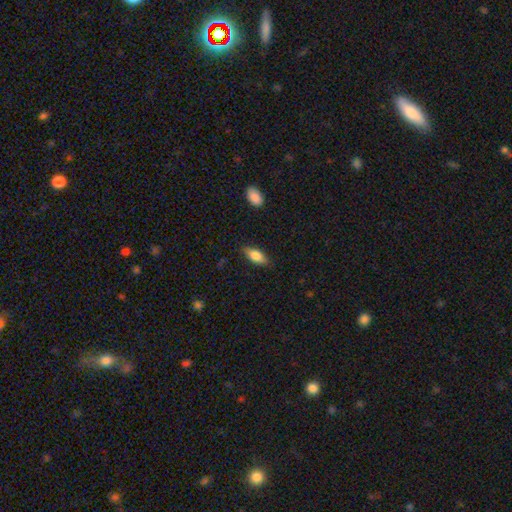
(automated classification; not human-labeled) A smooth galaxy with no disk features (79%) that is in between round and cigar-shaped (79%).

Vote fractions:
- Smooth or featured? smooth: 79% / featured or disk: 15% / star or artifact: 7%
- How rounded? in between: 79% / cigar-shaped: 18% / round: 3%
- Merging? none: 83% / minor disturbance: 13% / major disturbance: 3% / merger: 1%